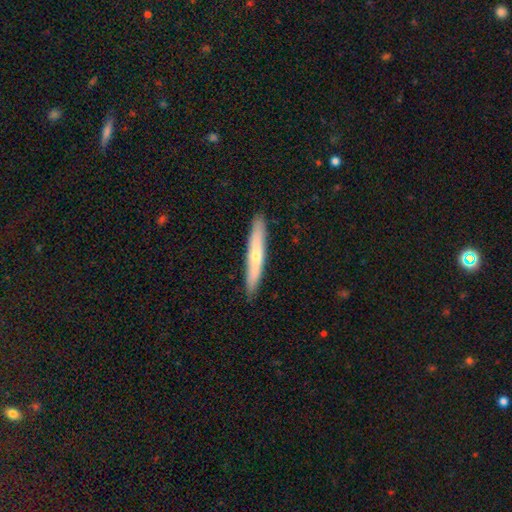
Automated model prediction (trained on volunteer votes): Smooth or featured?
  - smooth: 50% *
  - featured or disk: 44%
  - star or artifact: 6%
How rounded?
  - cigar-shaped: 94% *
  - in between: 5%
  - round: 1%
Merging?
  - none: 91% *
  - minor disturbance: 7%
  - major disturbance: 1%
  - merger: 1%